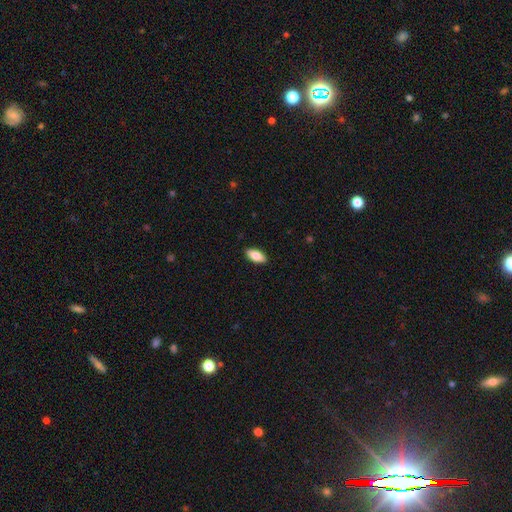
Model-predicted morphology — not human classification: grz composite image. It shows a smooth galaxy with no disk features (84%) that is in between round and cigar-shaped (89%). Merging: none (90%).